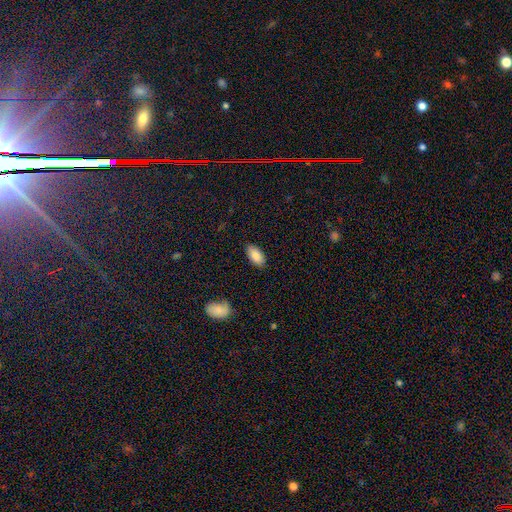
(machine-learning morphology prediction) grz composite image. It shows a smooth galaxy with no disk features (87%) that is in between round and cigar-shaped (93%). Merging: none (87%).